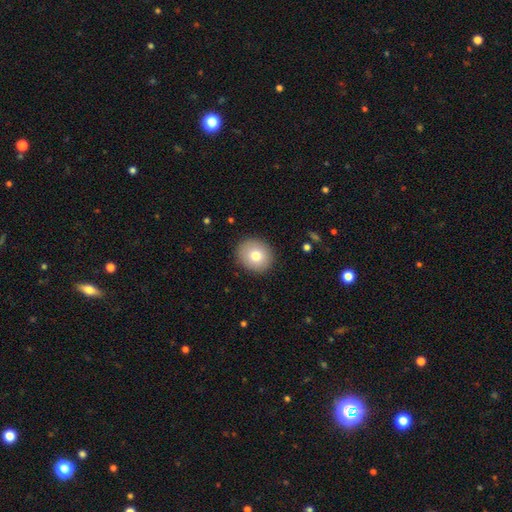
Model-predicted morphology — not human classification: The model was most divided on "how rounded": round: 77%, in between: 23%, cigar-shaped: 1%. More confident: merging — none (90%); smooth or featured — smooth (77%).